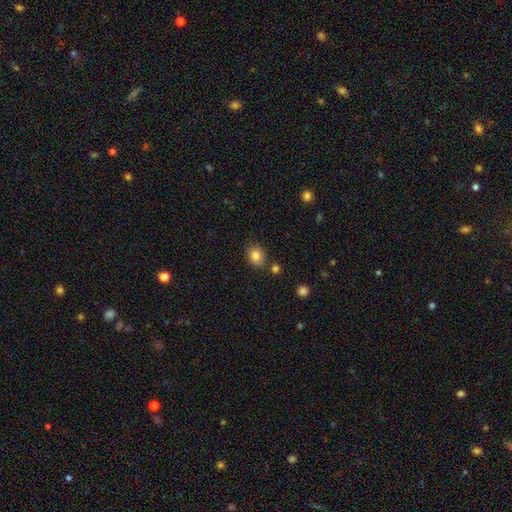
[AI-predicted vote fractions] The model was most divided on "how rounded": round: 50%, in between: 49%, cigar-shaped: 1%. More confident: smooth or featured — smooth (82%); merging — none (81%).